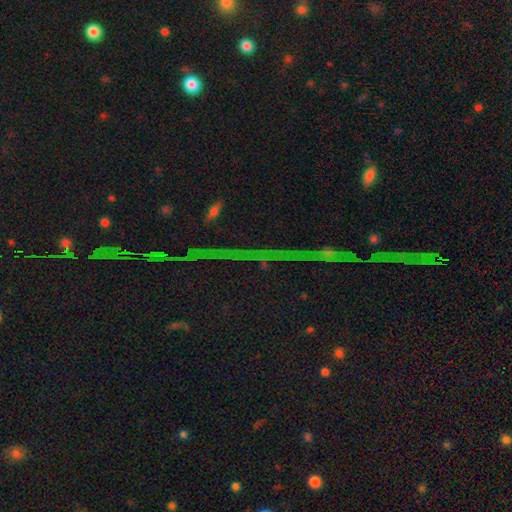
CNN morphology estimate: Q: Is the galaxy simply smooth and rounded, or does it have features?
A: star or artifact — 73%.